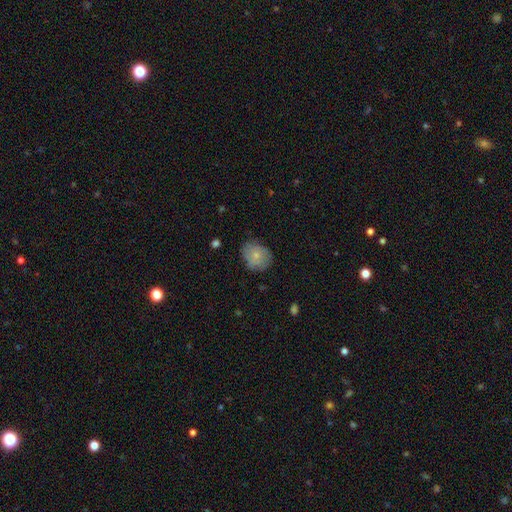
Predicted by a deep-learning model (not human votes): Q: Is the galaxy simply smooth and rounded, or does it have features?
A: smooth — 72%.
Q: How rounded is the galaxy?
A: round — 65%.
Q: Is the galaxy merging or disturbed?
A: none — 72%.